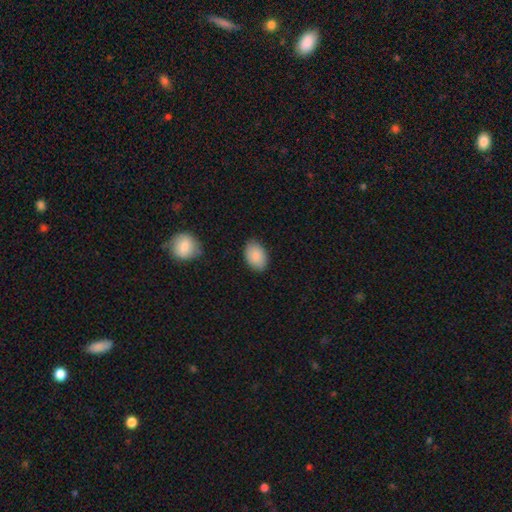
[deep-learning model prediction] A smooth galaxy with no disk features (89%) that is in between round and cigar-shaped (88%).

Vote fractions:
- Smooth or featured? smooth: 89% / star or artifact: 6% / featured or disk: 5%
- How rounded? in between: 88% / round: 11% / cigar-shaped: 1%
- Merging? none: 84% / minor disturbance: 12% / major disturbance: 2% / merger: 1%